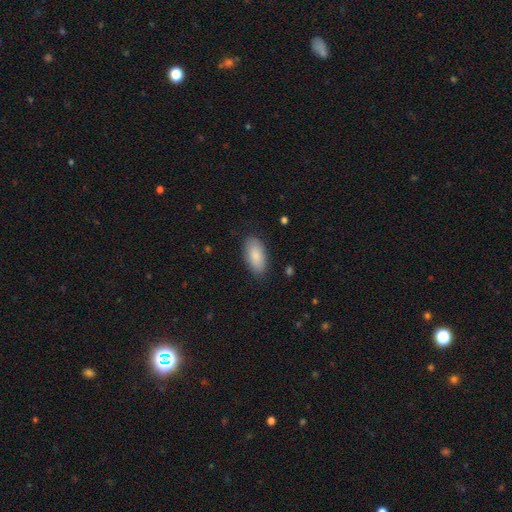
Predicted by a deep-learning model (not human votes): This appears to be a smooth galaxy with no disk features (87%) that is in between round and cigar-shaped (94%). Merging: none (85%).